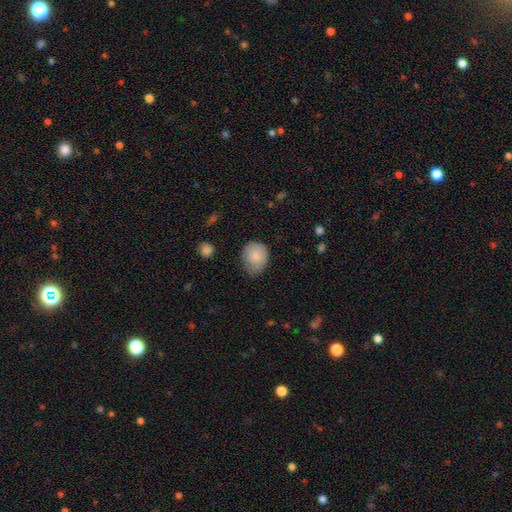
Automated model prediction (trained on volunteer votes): This is clearly a smooth galaxy (83%). How rounded: possibly round (53%). Merging: possibly none (58%).